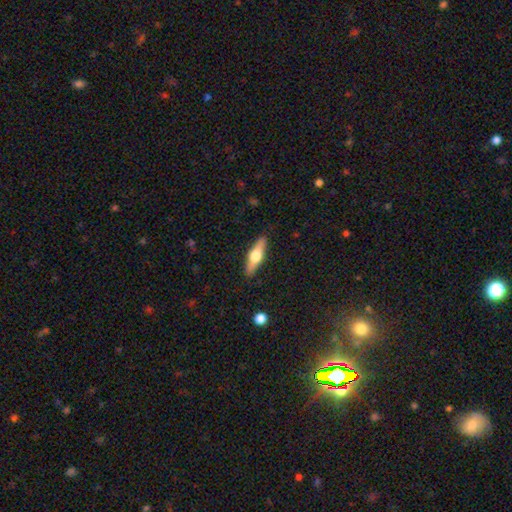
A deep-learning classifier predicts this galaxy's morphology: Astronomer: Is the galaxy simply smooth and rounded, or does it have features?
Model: featured or disk — 53% (runner-up: smooth, 42%).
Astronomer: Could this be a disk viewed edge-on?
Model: yes — 93%.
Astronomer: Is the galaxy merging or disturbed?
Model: none — 89%.